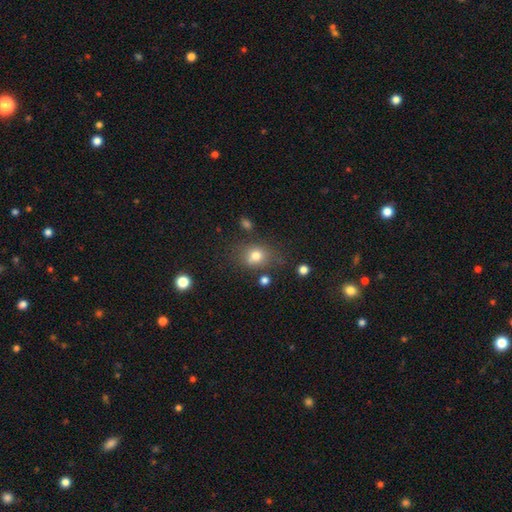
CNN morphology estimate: Smooth or featured: smooth — 75% (star or artifact — 14%)
How rounded: round — 52% (in between — 47%)
Merging: none — 65% (minor disturbance — 19%)